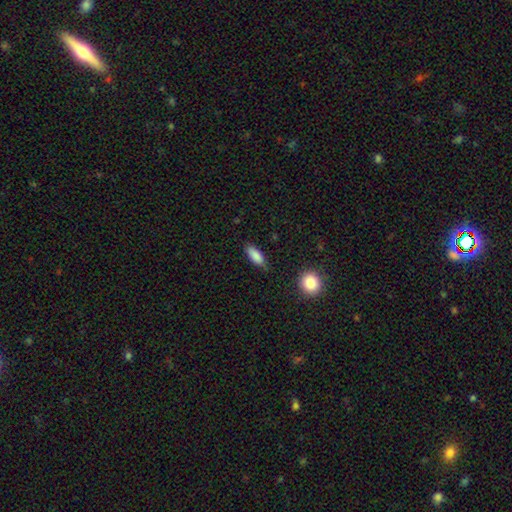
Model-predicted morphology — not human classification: Q: Smooth or featured?
A: smooth (86%); runner-up: star or artifact (8%)
Q: How rounded?
A: in between (76%); runner-up: cigar-shaped (22%)
Q: Merging?
A: none (76%); runner-up: minor disturbance (18%)